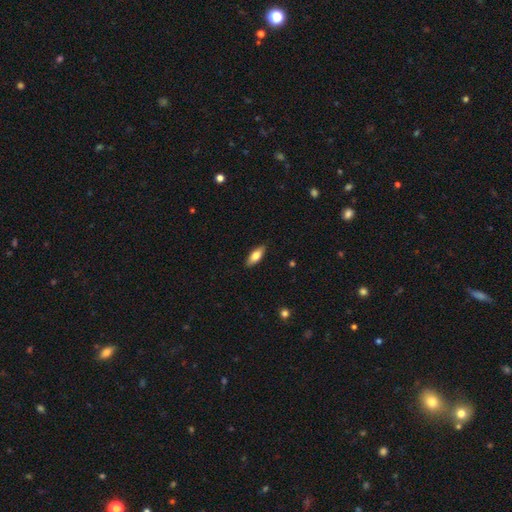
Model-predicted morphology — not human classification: Overall: smooth (75%). How rounded: in between (74%). Merging: none (88%).